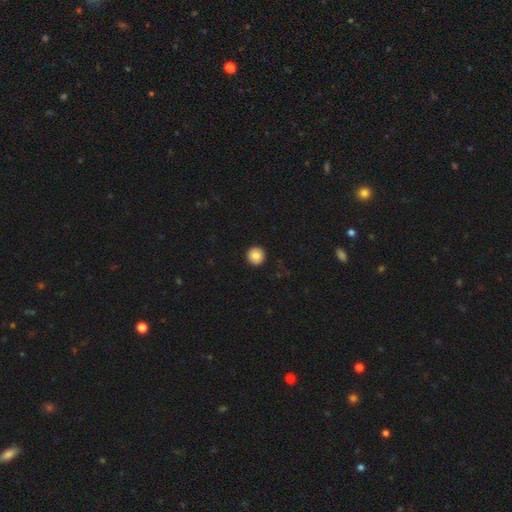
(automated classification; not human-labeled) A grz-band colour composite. It shows a smooth galaxy with no disk features (83%) that is round (94%). Merging: none (92%).